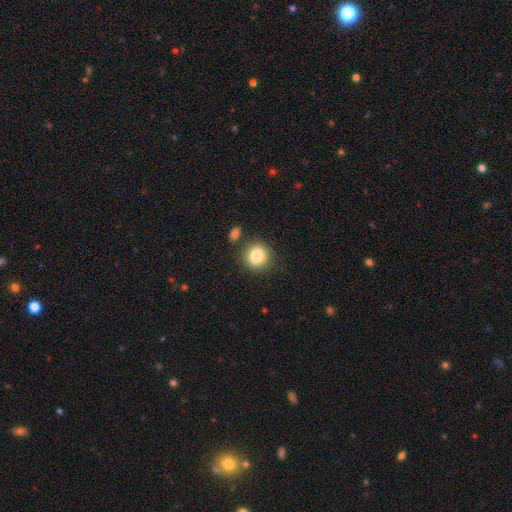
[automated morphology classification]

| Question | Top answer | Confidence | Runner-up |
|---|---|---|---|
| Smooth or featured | smooth | 84% | star or artifact (9%) |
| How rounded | round | 80% | in between (19%) |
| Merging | none | 80% | minor disturbance (10%) |